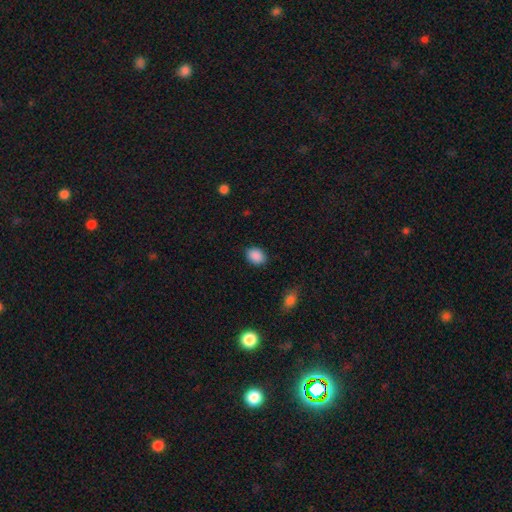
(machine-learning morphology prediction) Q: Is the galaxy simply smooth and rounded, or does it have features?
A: smooth — 89%.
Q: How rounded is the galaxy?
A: in between — 65%.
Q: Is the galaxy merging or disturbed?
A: none — 86%.